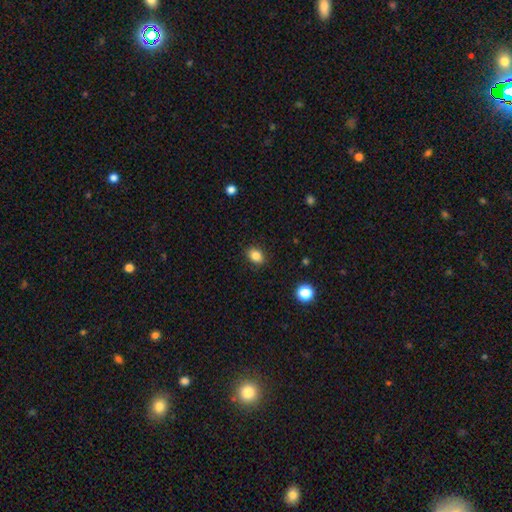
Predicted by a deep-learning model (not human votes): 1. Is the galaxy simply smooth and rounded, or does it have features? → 85% smooth, 10% star or artifact, 5% featured or disk.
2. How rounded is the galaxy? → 65% in between, 34% round, 1% cigar-shaped.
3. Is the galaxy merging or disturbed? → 88% none, 9% minor disturbance, 2% major disturbance, 1% merger.